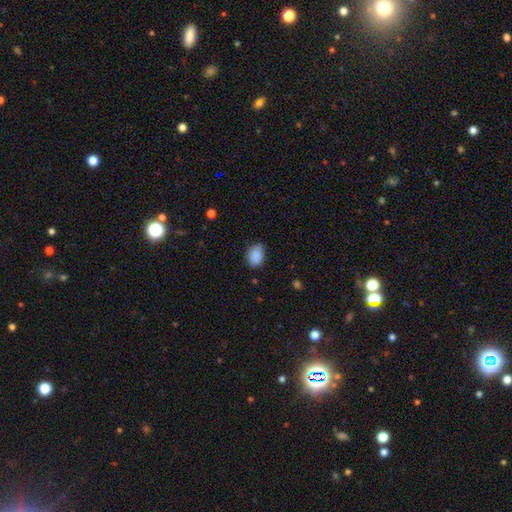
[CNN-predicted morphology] Q: Smooth or featured?
A: smooth (89%); runner-up: star or artifact (8%)
Q: How rounded?
A: in between (78%); runner-up: round (21%)
Q: Merging?
A: none (72%); runner-up: minor disturbance (23%)